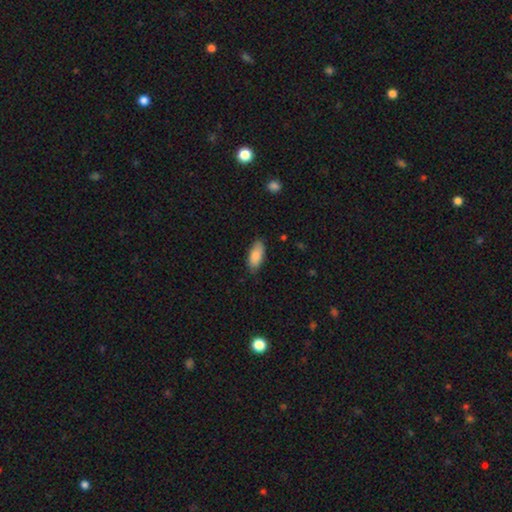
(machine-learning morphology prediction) type=smooth (88%); roundness=in between (87%); merging=none (80%).